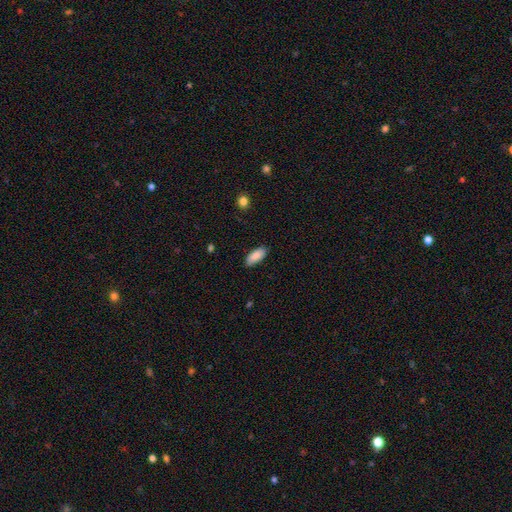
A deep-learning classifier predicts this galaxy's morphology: smooth-or-featured: smooth: 87% | star or artifact: 6% | featured or disk: 6%
  how-rounded: in between: 85% | cigar-shaped: 13% | round: 2%
  merging: none: 84% | minor disturbance: 13% | major disturbance: 2% | merger: 1%